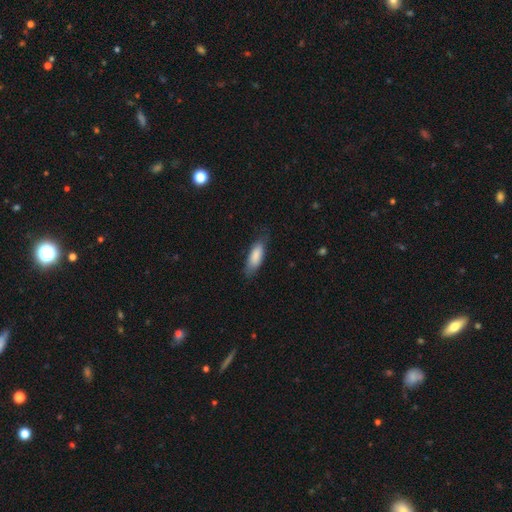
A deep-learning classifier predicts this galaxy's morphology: type=smooth (85%); roundness=in between (69%); merging=none (73%).